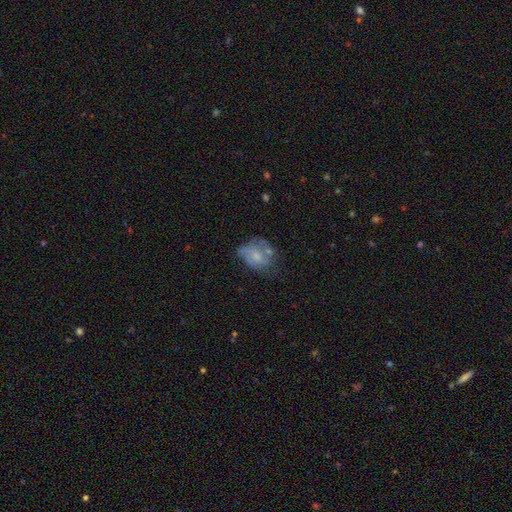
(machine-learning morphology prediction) Smooth or featured: smooth — 45% (tied with featured or disk — 45%)
Merging: none — 37% (minor disturbance — 29%)